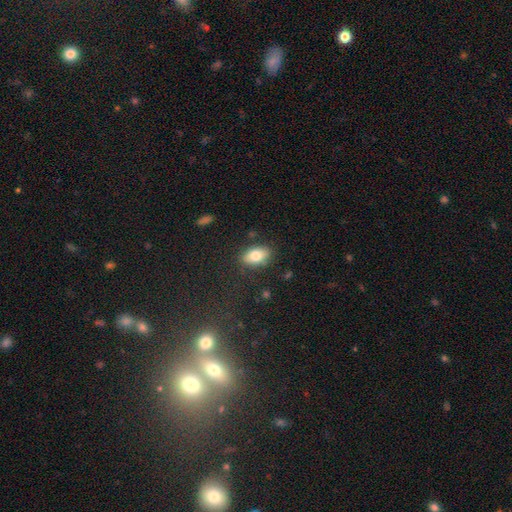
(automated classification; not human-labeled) smooth-or-featured: smooth: 79% | featured or disk: 13% | star or artifact: 8%
  how-rounded: in between: 89% | round: 9% | cigar-shaped: 2%
  merging: none: 83% | minor disturbance: 12% | major disturbance: 3% | merger: 2%